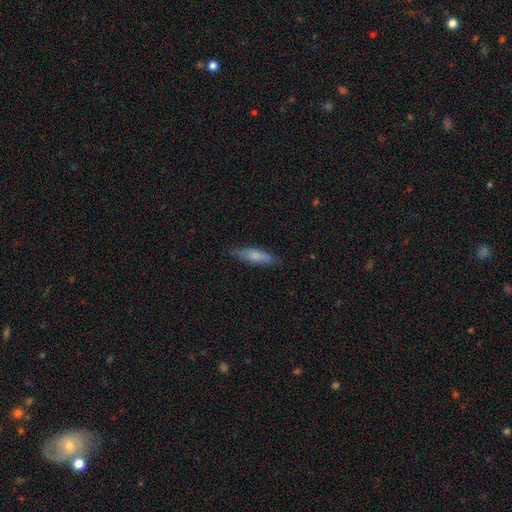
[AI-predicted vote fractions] smooth-or-featured: smooth: 72% | featured or disk: 22% | star or artifact: 6%
  how-rounded: cigar-shaped: 66% | in between: 32% | round: 2%
  merging: none: 78% | minor disturbance: 18% | major disturbance: 3% | merger: 1%